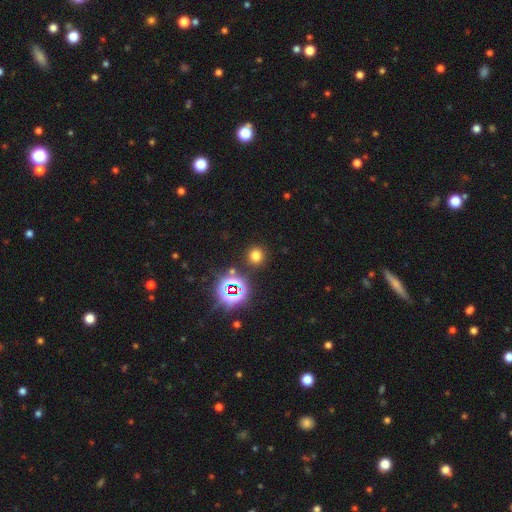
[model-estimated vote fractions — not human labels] The model was most divided on "smooth or featured": smooth: 67%, star or artifact: 26%, featured or disk: 6%. More confident: how rounded — round (90%); merging — none (88%).